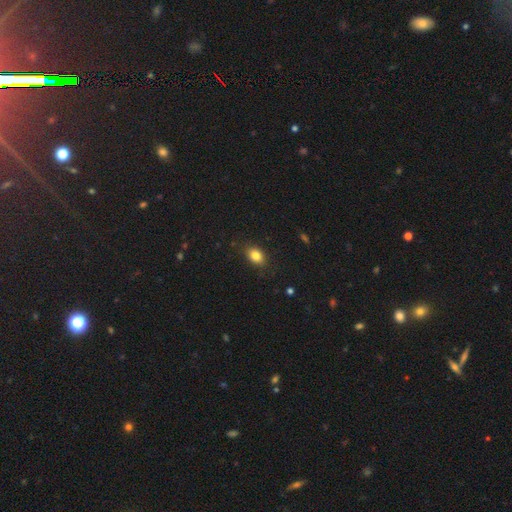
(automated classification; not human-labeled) A smooth galaxy with no disk features (83%) that is in between round and cigar-shaped (78%).

Vote fractions:
- Smooth or featured? smooth: 83% / star or artifact: 10% / featured or disk: 7%
- How rounded? in between: 78% / round: 20% / cigar-shaped: 2%
- Merging? none: 85% / minor disturbance: 11% / major disturbance: 3% / merger: 1%